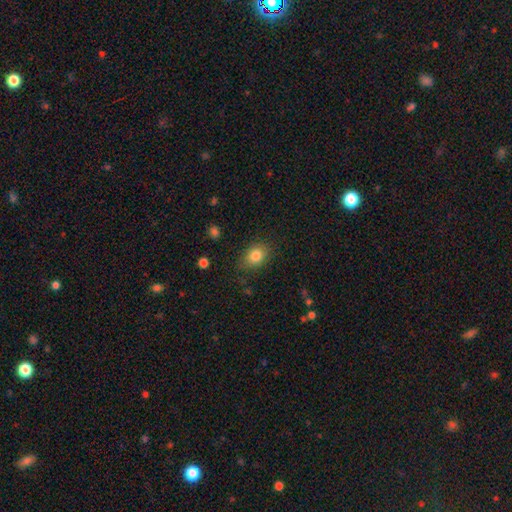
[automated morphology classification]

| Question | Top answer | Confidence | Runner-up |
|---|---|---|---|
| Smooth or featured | smooth | 83% | star or artifact (9%) |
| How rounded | in between | 61% | round (38%) |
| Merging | none | 79% | minor disturbance (16%) |